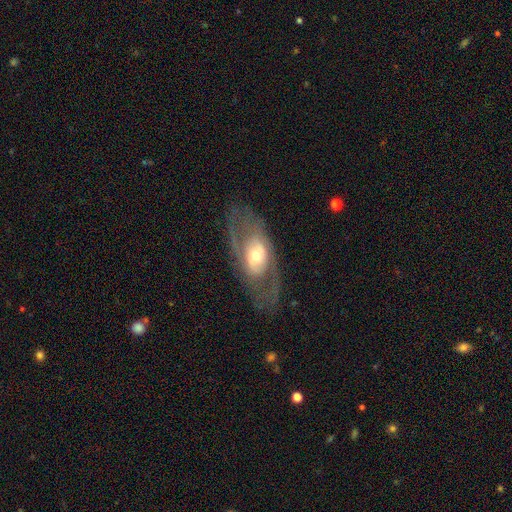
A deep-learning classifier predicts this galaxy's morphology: A featured or disk galaxy (72%) with no bar (61%), spiral arms (61%) and a moderate central bulge (58%). Merging: none (69%).